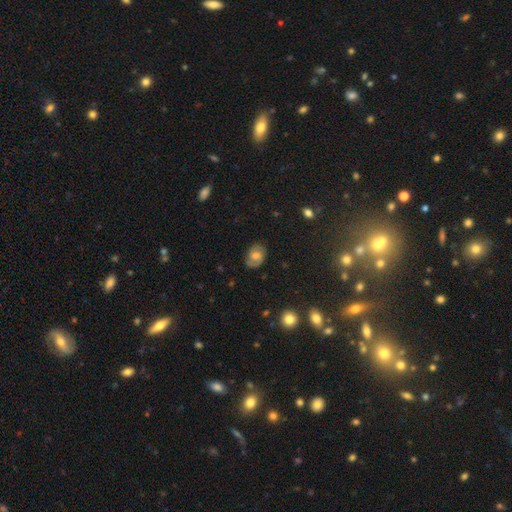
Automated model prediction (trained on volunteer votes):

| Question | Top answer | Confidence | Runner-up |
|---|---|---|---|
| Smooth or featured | featured or disk | 47% | smooth (44%) |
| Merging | none | 79% | minor disturbance (16%) |